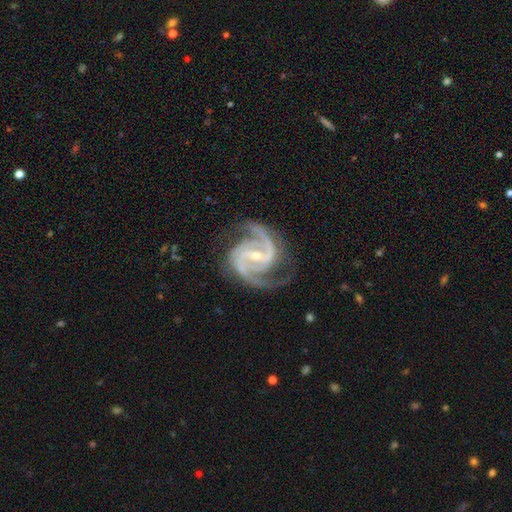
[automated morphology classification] A featured or disk galaxy (94%) with a strong bar (47%), 2 (75%) medium (63%) spiral arms (99%) and a small central bulge (67%).

Vote fractions:
- Smooth or featured? featured or disk: 94% / star or artifact: 4% / smooth: 2%
- Edge-on disk? no: 98% / yes: 2%
- Bar? strong: 47% / weak: 39% / no: 15%
- Spiral arms? yes: 99% / no: 1%
- Spiral winding? medium: 63% / tight: 27% / loose: 10%
- Spiral arm count? 2: 75% / 3: 16% / can't tell: 3% / 4: 3% / 1: 2% / more than 4: 2%
- Bulge size? small: 67% / moderate: 30% / none: 1% / large: 1% / dominant: 1%
- Merging? none: 76% / minor disturbance: 16% / major disturbance: 7% / merger: 2%